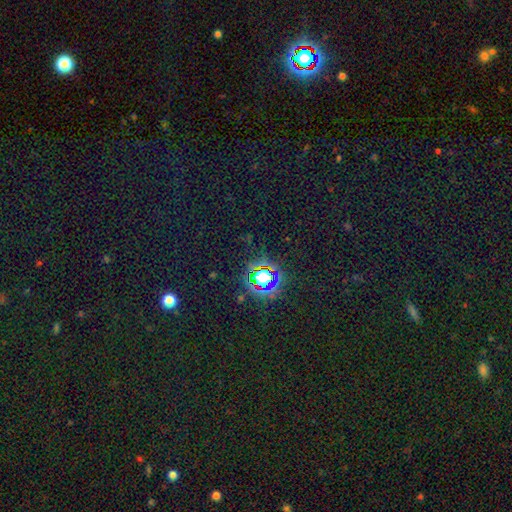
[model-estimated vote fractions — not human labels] Morphology: type=star or artifact (78%).